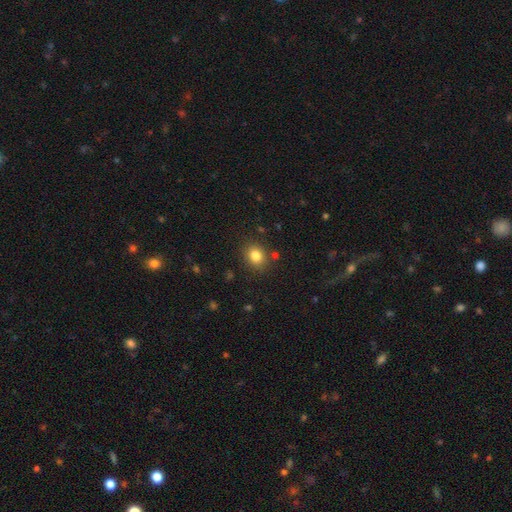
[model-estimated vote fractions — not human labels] A smooth galaxy with no disk features (82%) that is round (66%). Merging: none (85%).